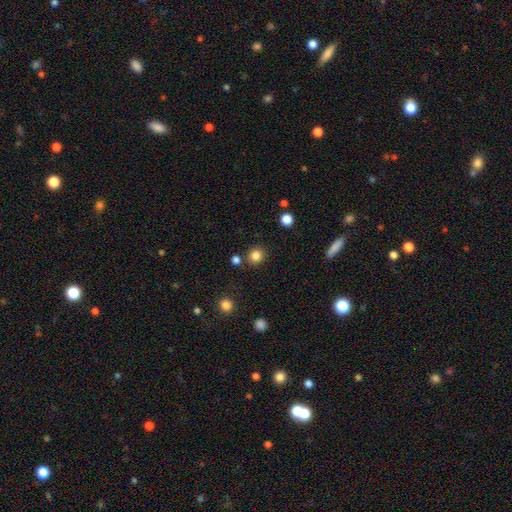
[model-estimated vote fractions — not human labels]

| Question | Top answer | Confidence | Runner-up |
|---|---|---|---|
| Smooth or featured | smooth | 84% | star or artifact (12%) |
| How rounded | round | 88% | in between (11%) |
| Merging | none | 85% | minor disturbance (7%) |